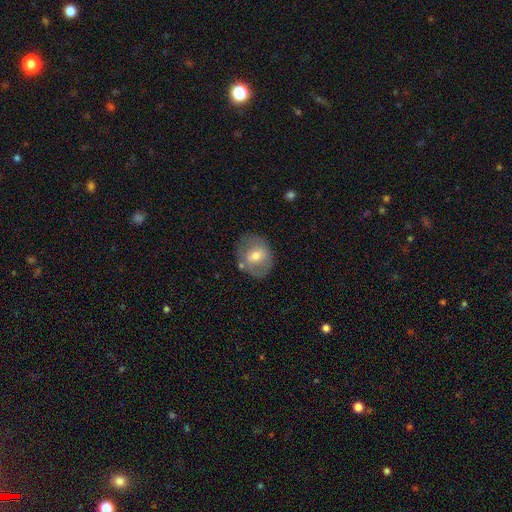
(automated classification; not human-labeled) Smooth or featured?
  - smooth: 54% *
  - featured or disk: 38%
  - star or artifact: 7%
How rounded?
  - round: 60% *
  - in between: 39%
  - cigar-shaped: 1%
Merging?
  - none: 71% *
  - minor disturbance: 18%
  - major disturbance: 6%
  - merger: 5%